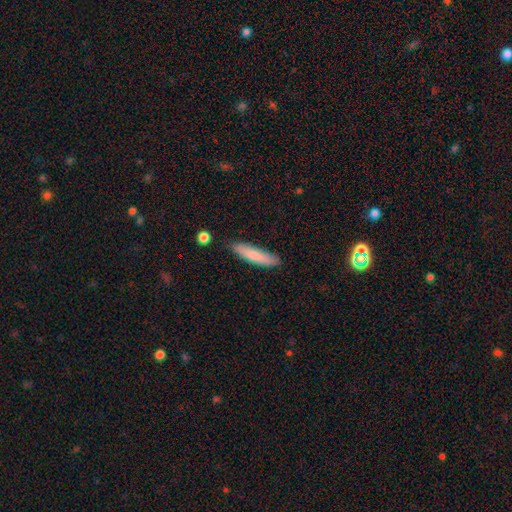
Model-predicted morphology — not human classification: Smooth or featured: smooth — 80% (featured or disk — 15%)
How rounded: cigar-shaped — 81% (in between — 18%)
Merging: none — 82% (minor disturbance — 14%)